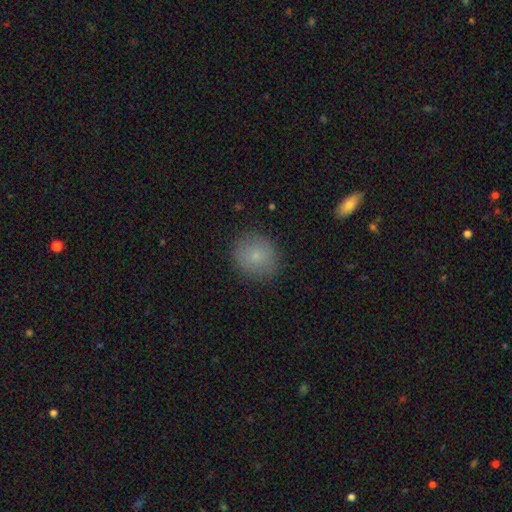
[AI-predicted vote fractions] smooth 81%, star or artifact 9%, featured or disk 9%. Down the decision tree: how rounded — round (83%); merging — none (86%).